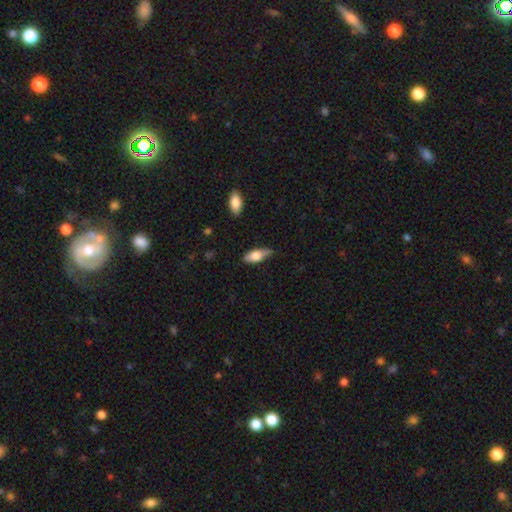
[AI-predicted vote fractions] smooth 68%, featured or disk 25%, star or artifact 6%. Down the decision tree: how rounded — in between (78%); merging — none (66%).